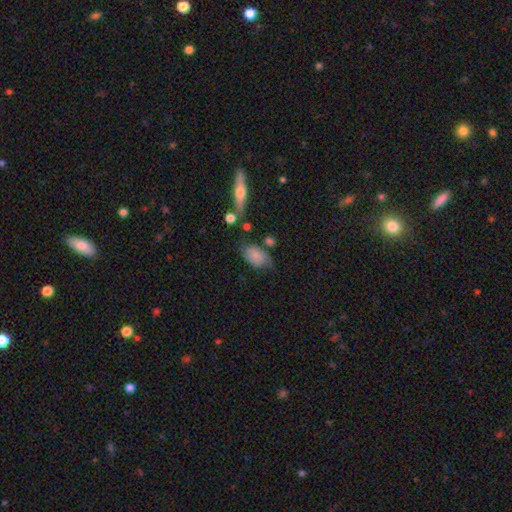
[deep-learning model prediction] Smooth or featured?
  - smooth: 61% *
  - featured or disk: 30%
  - star or artifact: 9%
How rounded?
  - in between: 88% *
  - round: 10%
  - cigar-shaped: 3%
Merging?
  - none: 53% *
  - minor disturbance: 28%
  - major disturbance: 11%
  - merger: 8%